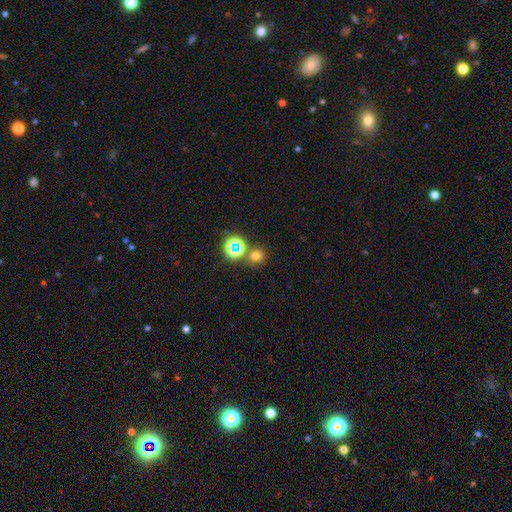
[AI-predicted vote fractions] Smooth or featured? smooth (65%)
How rounded? round (88%)
Merging? none (75%)